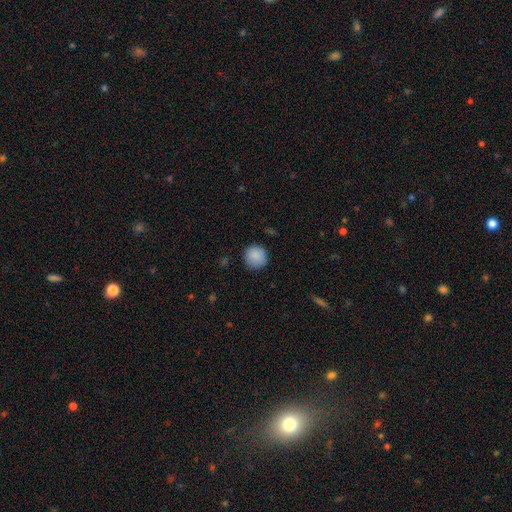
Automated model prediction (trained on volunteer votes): smooth_or_featured: smooth (p=0.88) [alt: star or artifact p=0.08]
how_rounded: round (p=0.93) [alt: in between p=0.06]
merging: none (p=0.87) [alt: minor disturbance p=0.09]